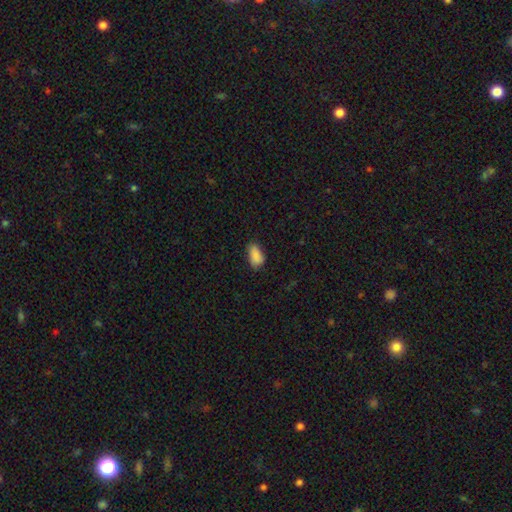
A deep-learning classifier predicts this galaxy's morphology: Smooth or featured?
  - smooth: 87% *
  - star or artifact: 8%
  - featured or disk: 5%
How rounded?
  - in between: 92% *
  - round: 5%
  - cigar-shaped: 3%
Merging?
  - none: 69% *
  - minor disturbance: 25%
  - major disturbance: 5%
  - merger: 1%